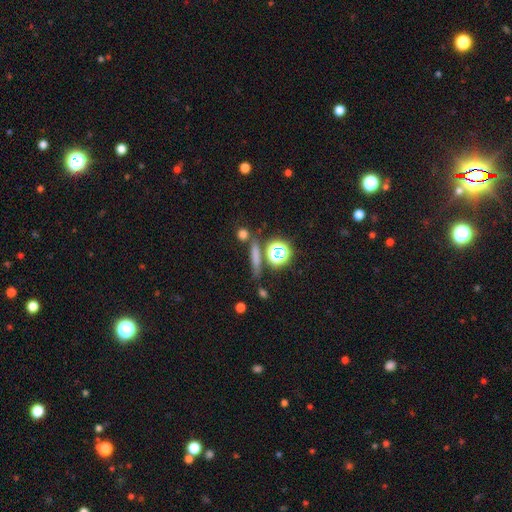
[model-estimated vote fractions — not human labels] Smooth or featured? Predicted: smooth (p=0.60). How rounded? Predicted: cigar-shaped (p=0.71). Merging? Predicted: none (p=0.76).